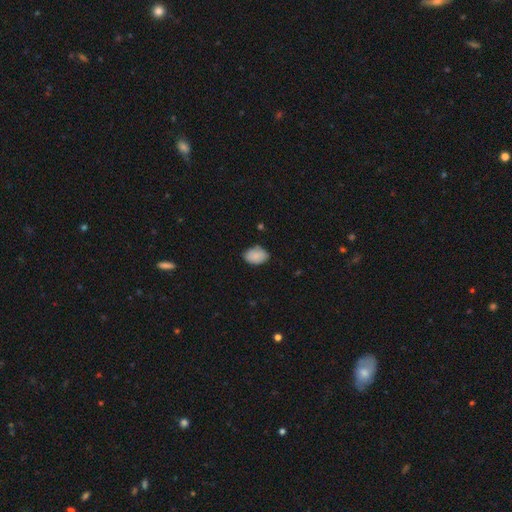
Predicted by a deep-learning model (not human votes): This appears to be a smooth galaxy with no disk features (87%) that is in between round and cigar-shaped (85%). Merging: none (76%).